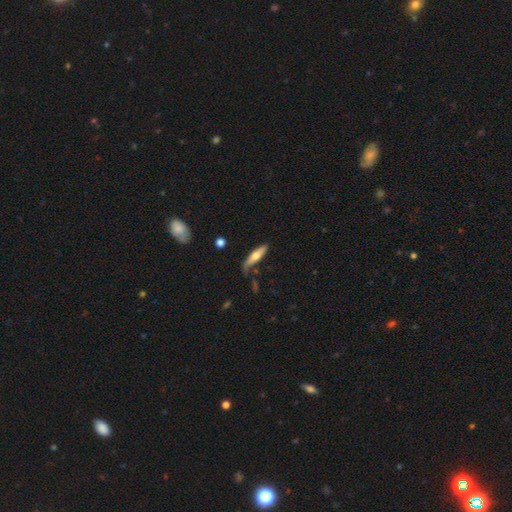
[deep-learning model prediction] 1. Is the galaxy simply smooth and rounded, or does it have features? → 55% smooth, 39% featured or disk, 6% star or artifact.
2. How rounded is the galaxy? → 73% cigar-shaped, 25% in between, 2% round.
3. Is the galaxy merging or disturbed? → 60% none, 26% minor disturbance, 8% major disturbance, 6% merger.